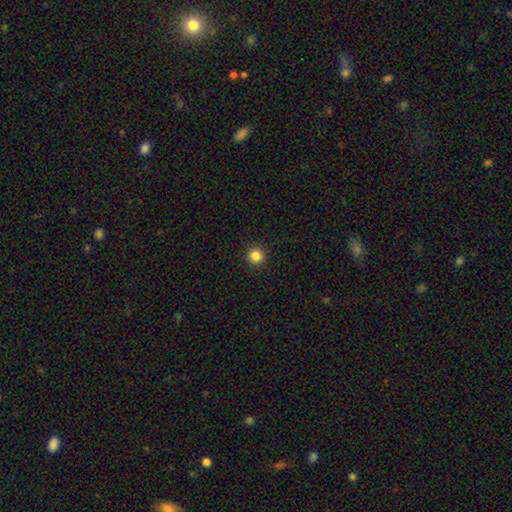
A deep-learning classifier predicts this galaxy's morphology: This appears to be a smooth galaxy with no disk features (85%) that is round (96%). Merging: none (93%).